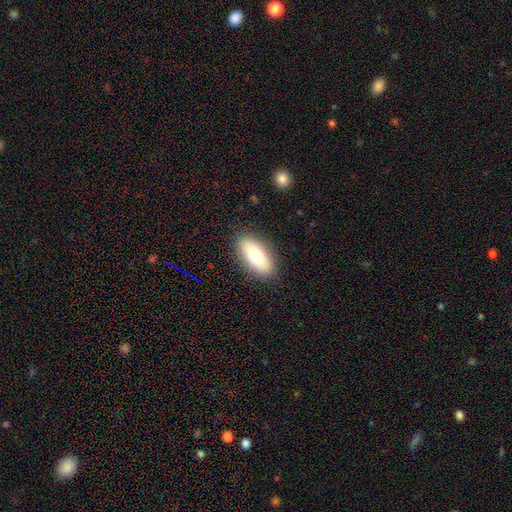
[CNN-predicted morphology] Smooth or featured: smooth — 76% (featured or disk — 17%)
How rounded: in between — 84% (cigar-shaped — 13%)
Merging: none — 88% (minor disturbance — 9%)